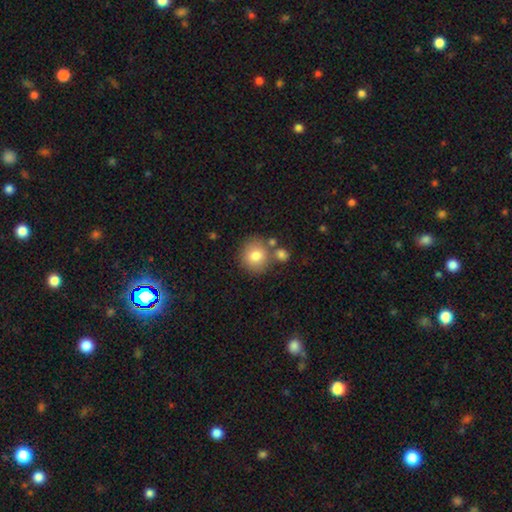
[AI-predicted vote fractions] Smooth or featured?
  - smooth: 80% *
  - featured or disk: 11%
  - star or artifact: 9%
How rounded?
  - round: 83% *
  - in between: 16%
  - cigar-shaped: 1%
Merging?
  - none: 69% *
  - merger: 16%
  - minor disturbance: 11%
  - major disturbance: 4%